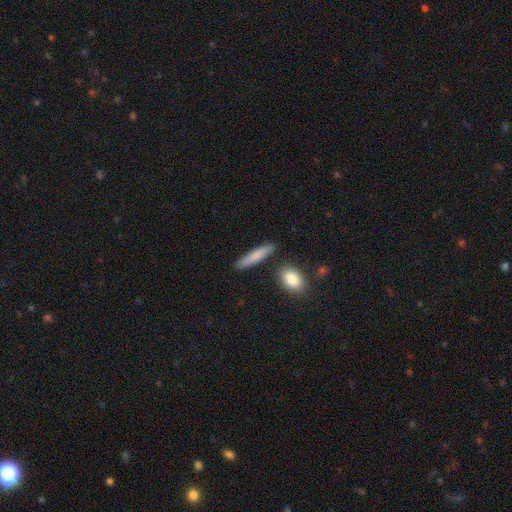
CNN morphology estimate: This is likely a smooth galaxy (79%). How rounded: clearly cigar-shaped (81%). Merging: clearly none (84%).